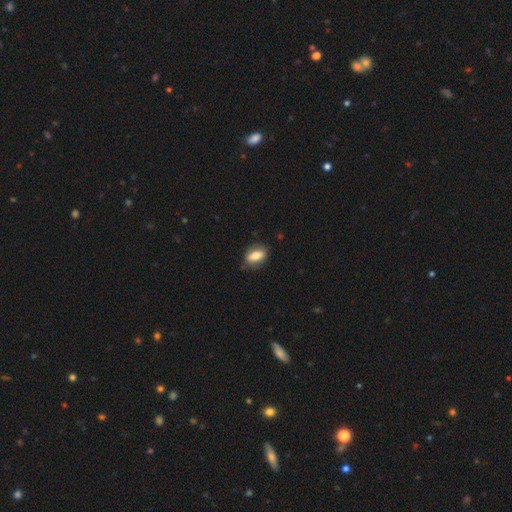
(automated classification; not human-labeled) Smooth or featured: smooth — 74% (featured or disk — 19%)
How rounded: in between — 83% (round — 12%)
Merging: none — 80% (minor disturbance — 16%)